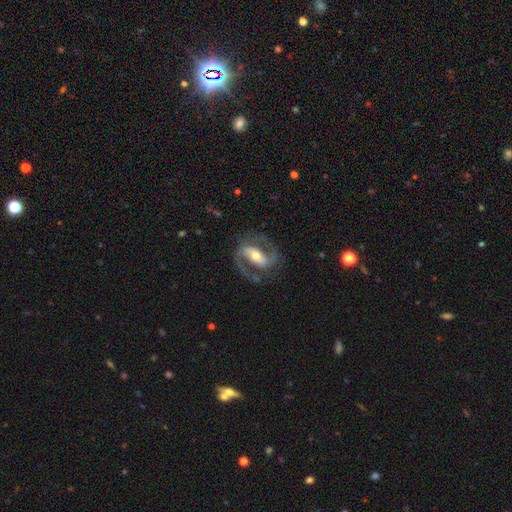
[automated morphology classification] The model was most divided on "bar": strong: 56%, weak: 29%, no: 15%. More confident: edge-on disk — no (97%); spiral arms — yes (96%); spiral arm count — 2 (91%); smooth or featured — featured or disk (90%); merging — none (77%); bulge size — moderate (61%); spiral winding — medium (60%).